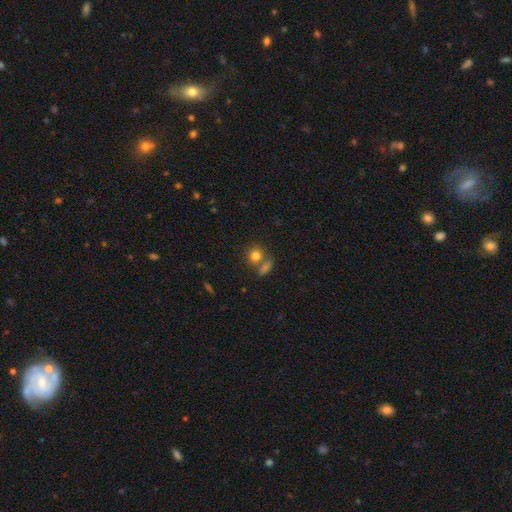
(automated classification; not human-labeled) Q: Smooth or featured?
A: smooth (80%); runner-up: star or artifact (11%)
Q: How rounded?
A: round (78%); runner-up: in between (20%)
Q: Merging?
A: none (57%); runner-up: merger (29%)